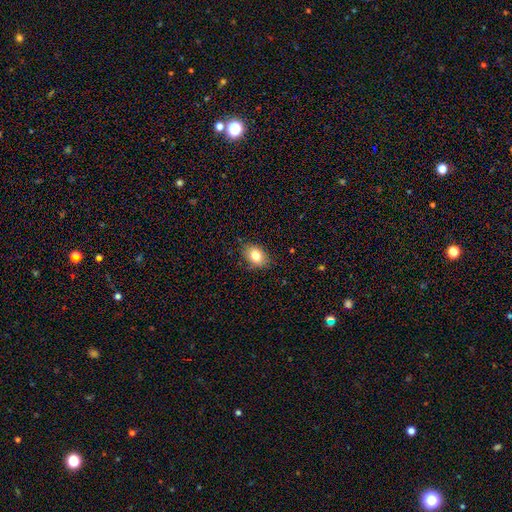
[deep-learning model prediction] Smooth or featured: smooth — 80% (featured or disk — 11%)
How rounded: in between — 68% (round — 31%)
Merging: none — 78% (minor disturbance — 17%)